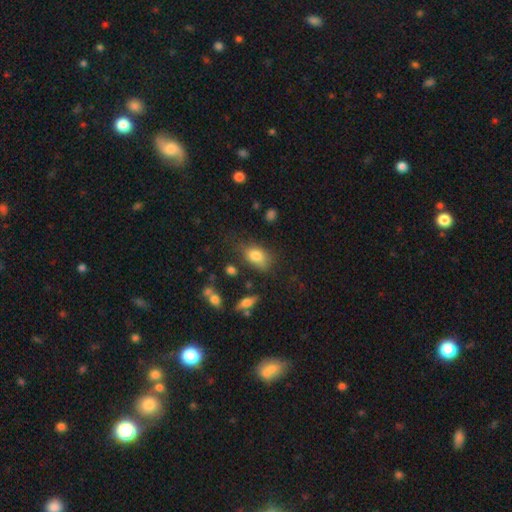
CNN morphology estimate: This appears to be a smooth galaxy with no disk features (80%) that is in between round and cigar-shaped (83%). Merging: none (60%).